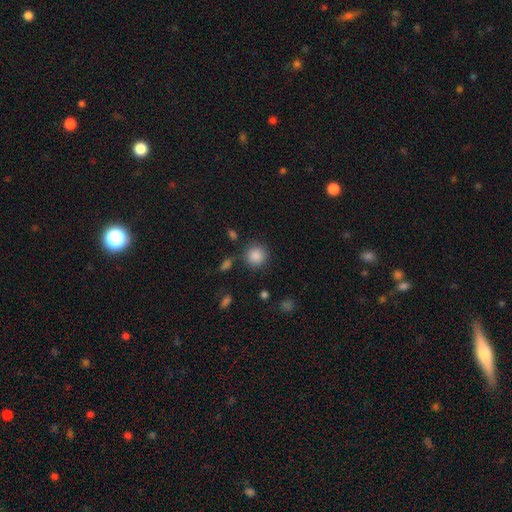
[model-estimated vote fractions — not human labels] A smooth galaxy with no disk features (87%) that is round (92%).

Vote fractions:
- Smooth or featured? smooth: 87% / star or artifact: 9% / featured or disk: 4%
- How rounded? round: 92% / in between: 7% / cigar-shaped: 1%
- Merging? none: 83% / minor disturbance: 9% / merger: 4% / major disturbance: 4%